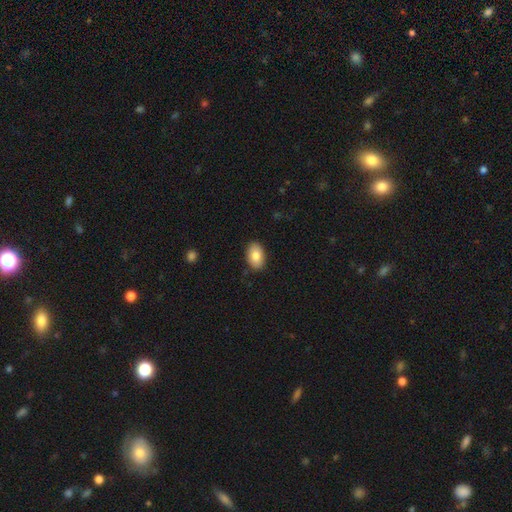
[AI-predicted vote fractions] Overall: smooth (82%). How rounded: in between (91%). Merging: none (88%).